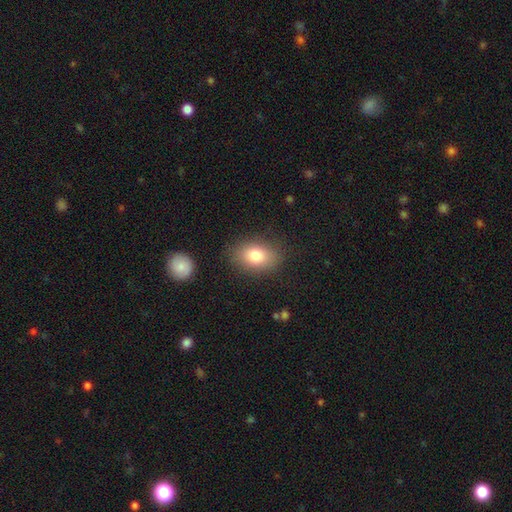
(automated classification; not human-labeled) Smooth or featured? smooth (80%)
How rounded? in between (78%)
Merging? none (84%)